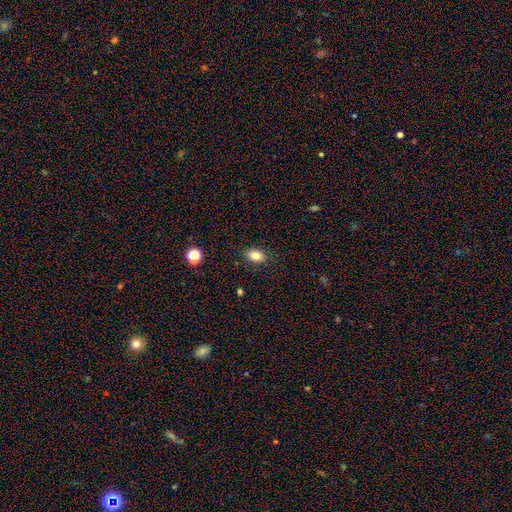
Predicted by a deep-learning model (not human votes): Smooth or featured? Predicted: smooth (p=0.82). How rounded? Predicted: in between (p=0.81). Merging? Predicted: none (p=0.87).